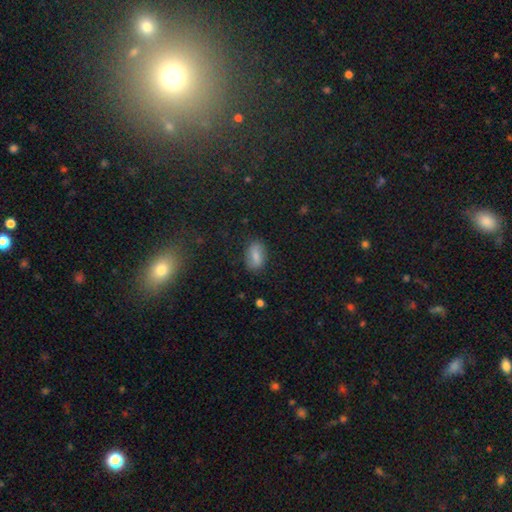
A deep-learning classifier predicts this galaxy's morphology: This is likely a smooth galaxy (78%). How rounded: clearly in between (88%). Merging: clearly none (80%).